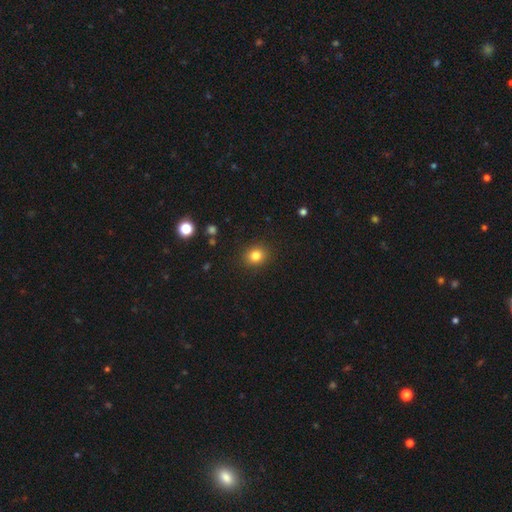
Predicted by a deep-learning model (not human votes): A smooth galaxy with no disk features (82%) that is round (78%). Merging: none (90%).